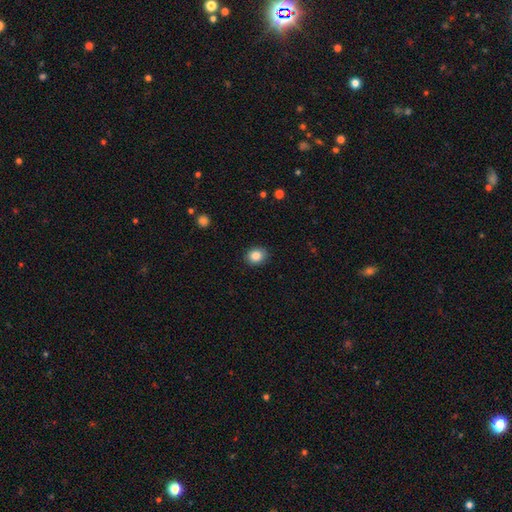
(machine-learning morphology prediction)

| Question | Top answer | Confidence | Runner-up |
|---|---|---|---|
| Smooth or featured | smooth | 86% | star or artifact (9%) |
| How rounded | round | 60% | in between (39%) |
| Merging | none | 89% | minor disturbance (8%) |